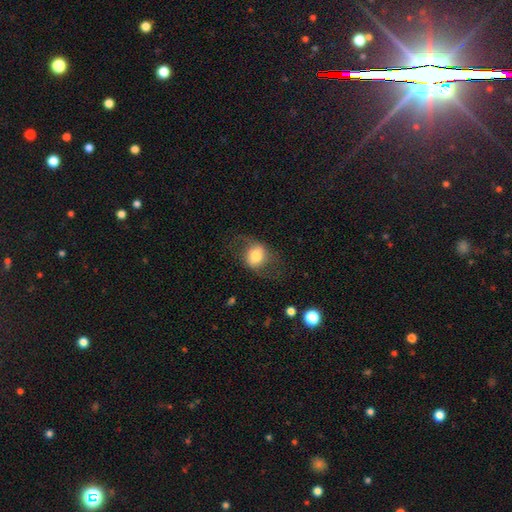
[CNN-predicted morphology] smooth_or_featured: smooth (p=0.62) [alt: featured or disk p=0.30]
how_rounded: round (p=0.52) [alt: in between p=0.46]
merging: none (p=0.58) [alt: minor disturbance p=0.21]